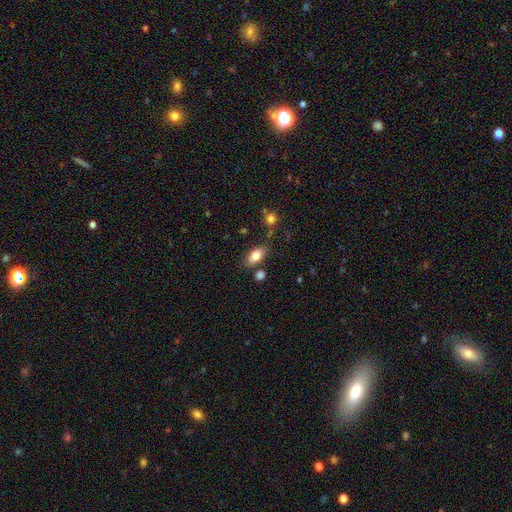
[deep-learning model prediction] A smooth galaxy with no disk features (81%) that is in between round and cigar-shaped (88%).

Vote fractions:
- Smooth or featured? smooth: 81% / featured or disk: 12% / star or artifact: 8%
- How rounded? in between: 88% / cigar-shaped: 7% / round: 5%
- Merging? none: 76% / minor disturbance: 14% / merger: 7% / major disturbance: 3%